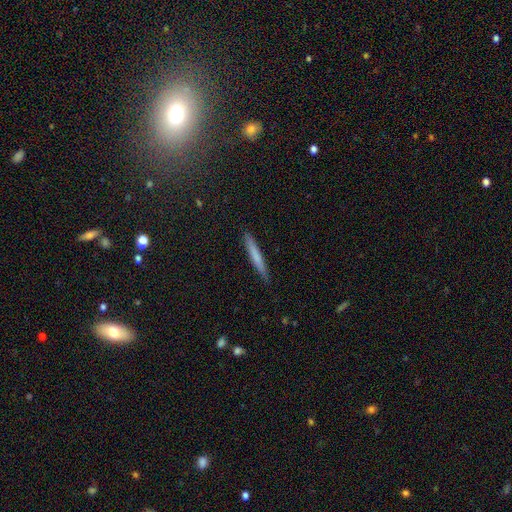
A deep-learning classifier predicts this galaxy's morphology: Overall: smooth (69%). How rounded: cigar-shaped (96%). Merging: none (89%).